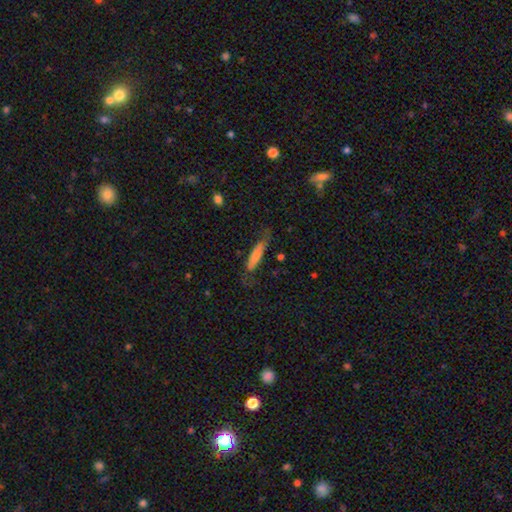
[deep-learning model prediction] Q: Smooth or featured?
A: smooth (65%); runner-up: featured or disk (28%)
Q: How rounded?
A: cigar-shaped (72%); runner-up: in between (26%)
Q: Merging?
A: none (52%); runner-up: minor disturbance (28%)